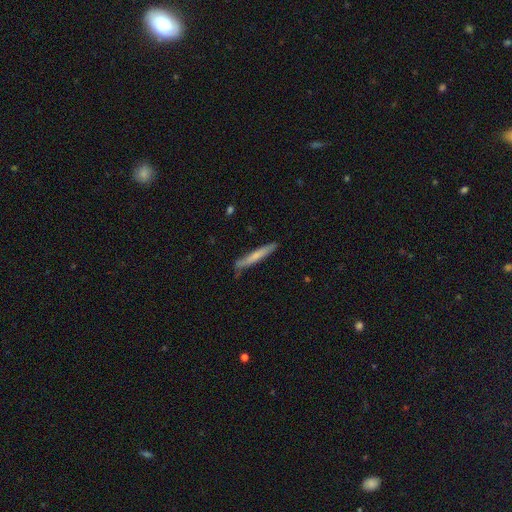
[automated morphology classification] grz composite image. It shows a smooth galaxy with no disk features (62%) that is cigar-shaped (95%). Merging: none (80%).